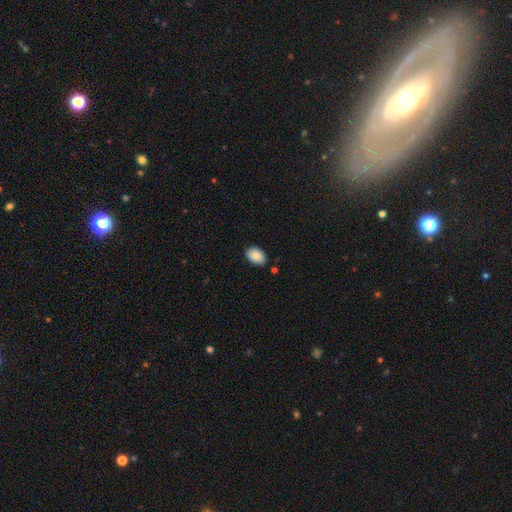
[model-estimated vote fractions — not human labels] The model was most divided on "merging": none: 84%, minor disturbance: 12%, merger: 2%, major disturbance: 2%. More confident: smooth or featured — smooth (87%); how rounded — in between (86%).